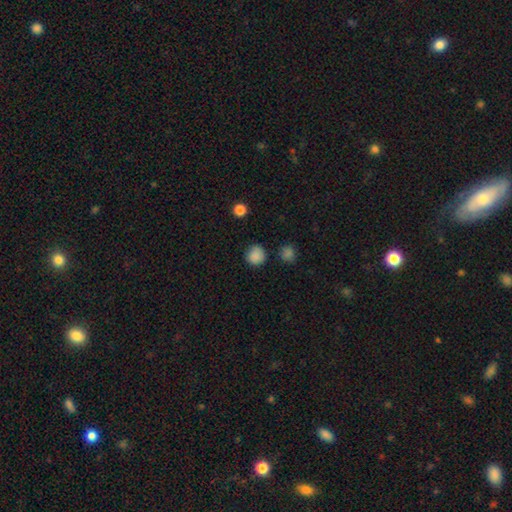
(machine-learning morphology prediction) The model was most divided on "merging": none: 78%, minor disturbance: 15%, major disturbance: 4%, merger: 3%. More confident: how rounded — round (90%); smooth or featured — smooth (85%).